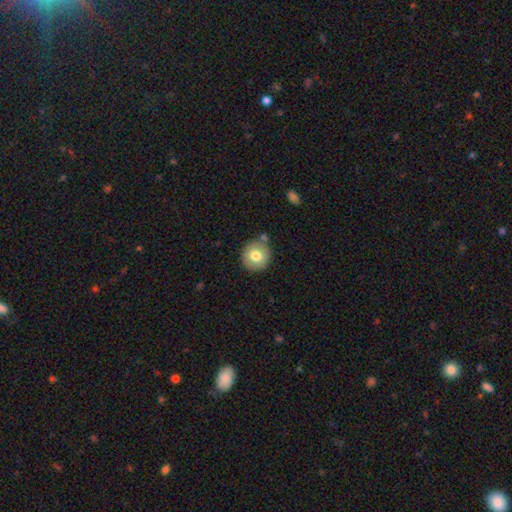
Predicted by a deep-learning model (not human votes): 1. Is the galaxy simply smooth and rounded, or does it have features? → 74% smooth, 18% featured or disk, 8% star or artifact.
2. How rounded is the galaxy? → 90% round, 9% in between, 1% cigar-shaped.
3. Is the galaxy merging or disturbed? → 79% none, 13% minor disturbance, 5% merger, 3% major disturbance.